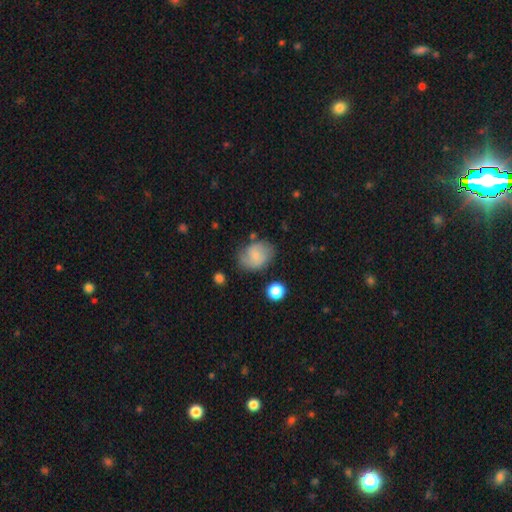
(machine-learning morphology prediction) Overall: smooth (65%; featured or disk 26%). How rounded: in between (58%; round 41%). Merging: none (63%; minor disturbance 25%).